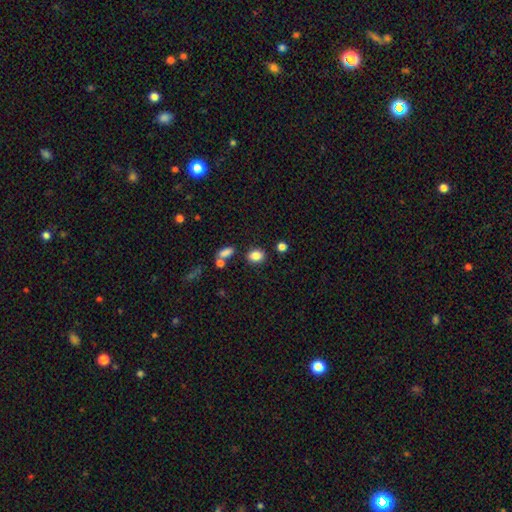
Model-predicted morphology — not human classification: type=smooth (84%); roundness=in between (51%); merging=none (81%).